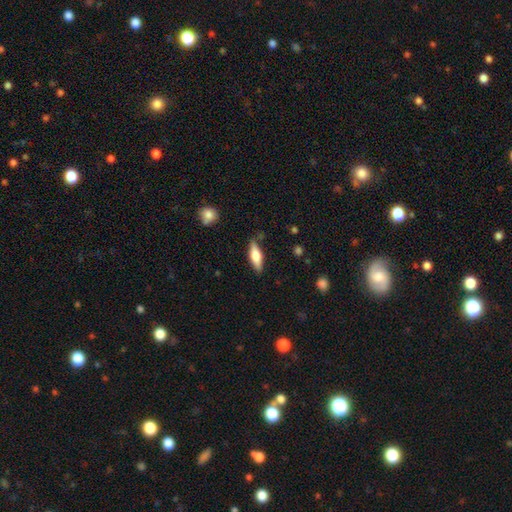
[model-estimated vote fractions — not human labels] A smooth galaxy with no disk features (56%) that is in between round and cigar-shaped (52%). Merging: none (83%).